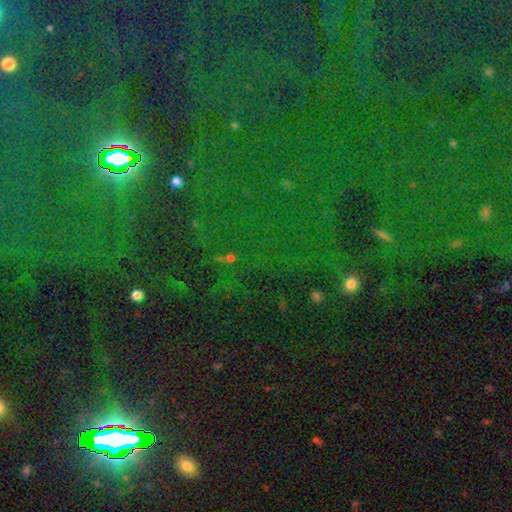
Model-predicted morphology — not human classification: smooth_or_featured: star or artifact (p=0.84) [alt: smooth p=0.09]